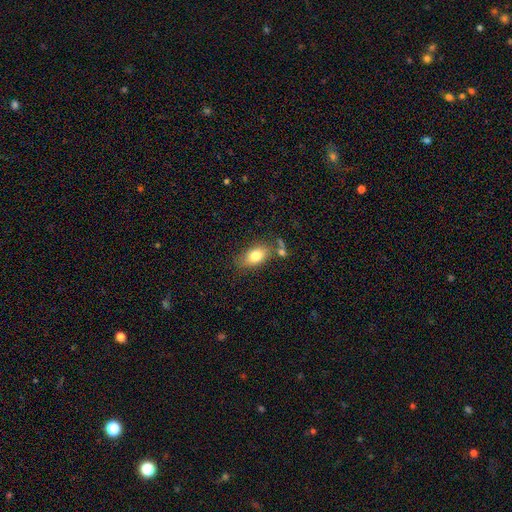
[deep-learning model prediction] Q: Smooth or featured?
A: smooth (79%); runner-up: featured or disk (13%)
Q: How rounded?
A: in between (88%); runner-up: round (8%)
Q: Merging?
A: none (68%); runner-up: minor disturbance (17%)